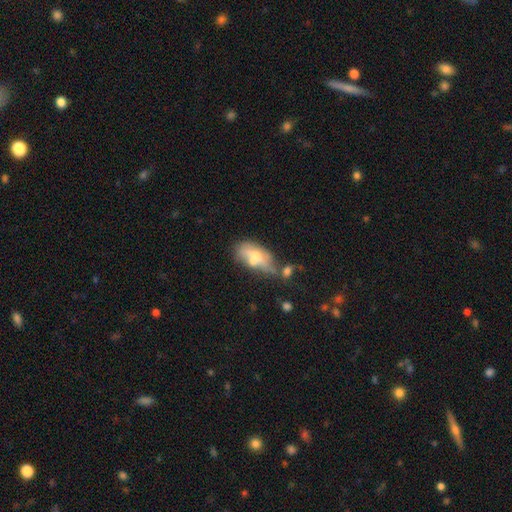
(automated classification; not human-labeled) The model was most divided on "merging": merger: 33%, none: 29%, minor disturbance: 21%, major disturbance: 16%. More confident: how rounded — in between (85%); smooth or featured — smooth (51%).